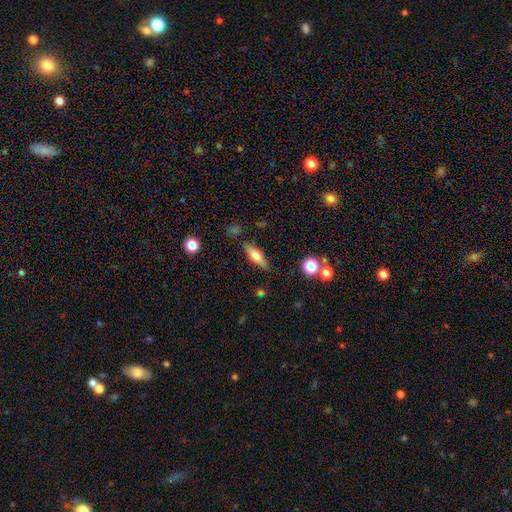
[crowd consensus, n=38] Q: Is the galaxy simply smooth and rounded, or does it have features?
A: featured or disk — 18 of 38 (47%).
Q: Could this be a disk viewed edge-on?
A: yes — 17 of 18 (94%).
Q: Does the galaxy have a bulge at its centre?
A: rounded — 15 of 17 (88%).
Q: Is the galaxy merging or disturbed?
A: none — 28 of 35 (80%).